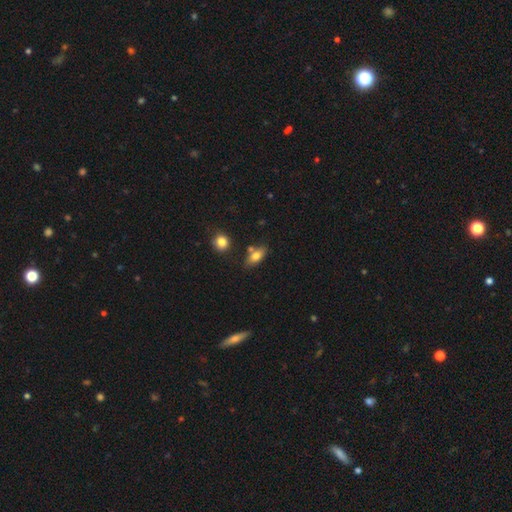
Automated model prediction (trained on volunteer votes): Smooth or featured?
  - smooth: 76% *
  - featured or disk: 16%
  - star or artifact: 8%
How rounded?
  - in between: 82% *
  - cigar-shaped: 11%
  - round: 7%
Merging?
  - none: 67% *
  - minor disturbance: 16%
  - merger: 13%
  - major disturbance: 4%